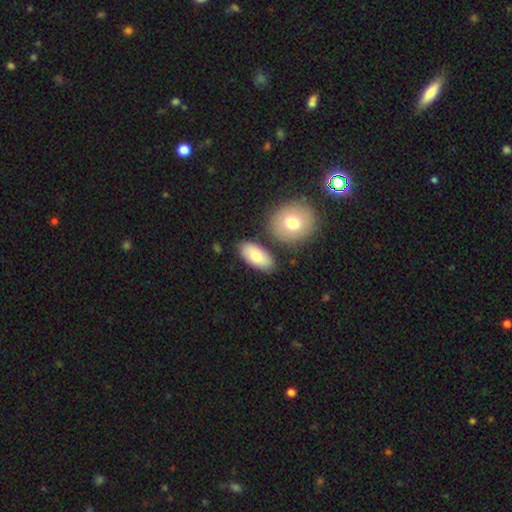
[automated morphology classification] Smooth or featured: smooth — 77% (featured or disk — 17%)
How rounded: in between — 92% (cigar-shaped — 4%)
Merging: none — 77% (minor disturbance — 11%)